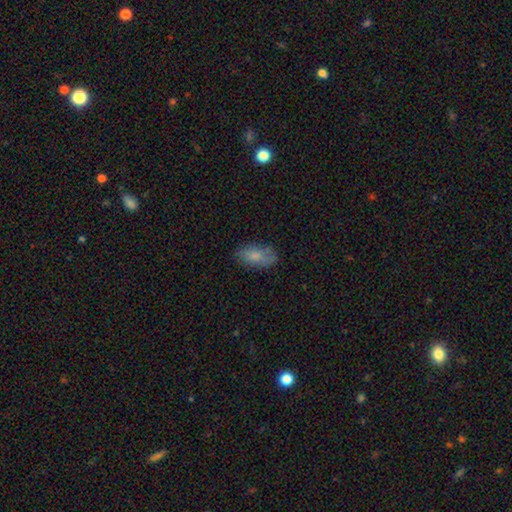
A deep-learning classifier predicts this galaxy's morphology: A smooth galaxy with no disk features (77%) that is in between round and cigar-shaped (92%).

Vote fractions:
- Smooth or featured? smooth: 77% / featured or disk: 16% / star or artifact: 7%
- How rounded? in between: 92% / round: 4% / cigar-shaped: 4%
- Merging? none: 74% / minor disturbance: 20% / major disturbance: 5% / merger: 2%